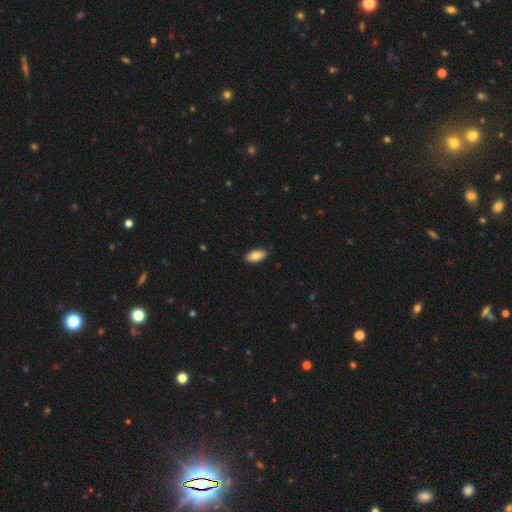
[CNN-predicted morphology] Smooth or featured? smooth (82%)
How rounded? in between (92%)
Merging? none (88%)